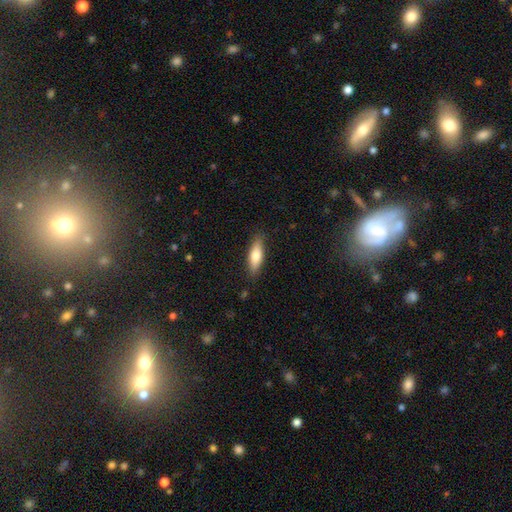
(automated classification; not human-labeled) smooth 72%, featured or disk 22%, star or artifact 6%. Down the decision tree: how rounded — in between (53%); merging — none (85%).